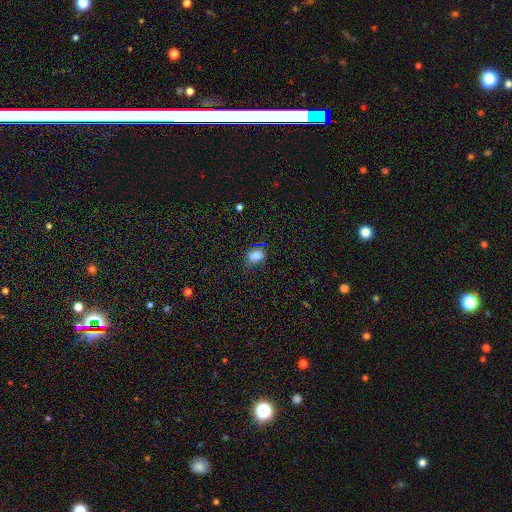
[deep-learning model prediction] Smooth or featured: smooth — 80% (star or artifact — 15%)
How rounded: in between — 62% (round — 36%)
Merging: none — 69% (minor disturbance — 22%)